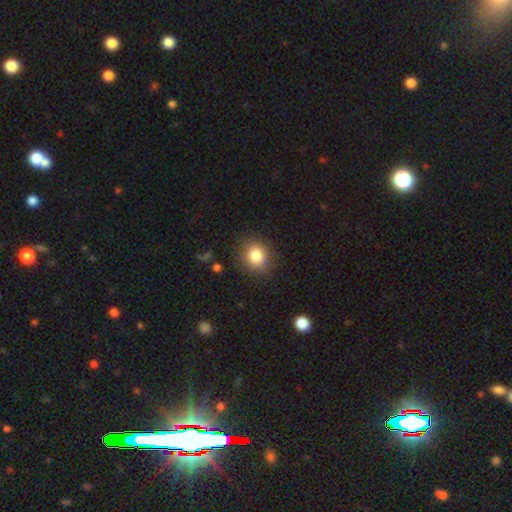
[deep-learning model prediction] Smooth or featured? Predicted: smooth (p=0.82). How rounded? Predicted: round (p=0.79). Merging? Predicted: none (p=0.86).